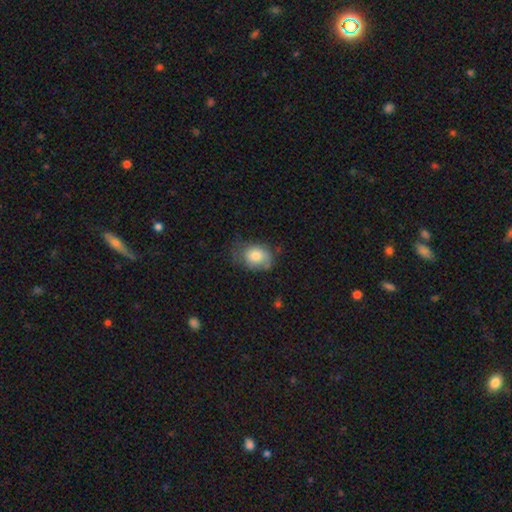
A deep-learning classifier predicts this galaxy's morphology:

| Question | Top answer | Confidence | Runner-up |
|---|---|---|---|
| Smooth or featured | smooth | 77% | featured or disk (15%) |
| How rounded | in between | 59% | round (40%) |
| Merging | none | 48% | minor disturbance (35%) |